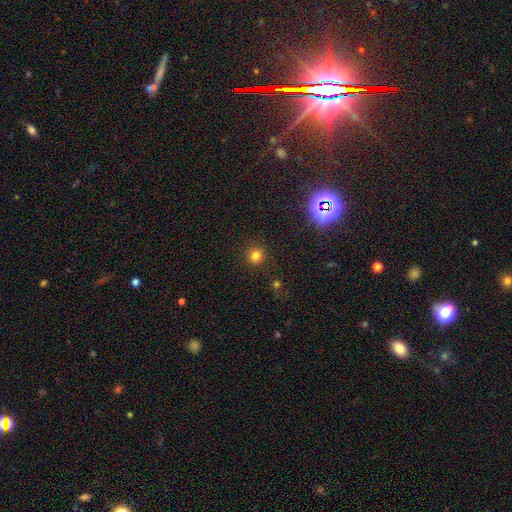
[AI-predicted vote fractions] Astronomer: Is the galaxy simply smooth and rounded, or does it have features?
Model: smooth — 79%.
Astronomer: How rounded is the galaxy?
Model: round — 93%.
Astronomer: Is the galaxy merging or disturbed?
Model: none — 89%.